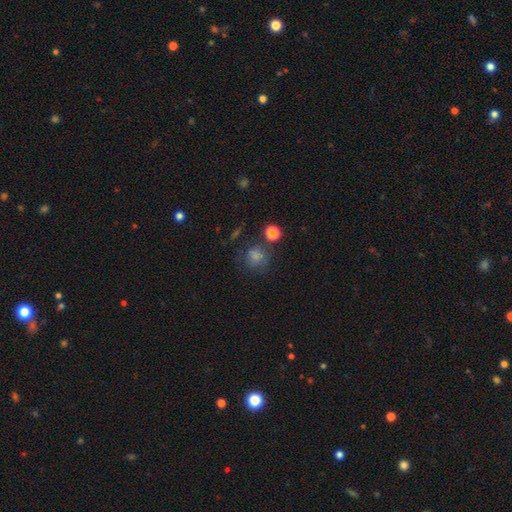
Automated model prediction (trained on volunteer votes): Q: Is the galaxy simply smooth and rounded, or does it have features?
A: smooth — 64%.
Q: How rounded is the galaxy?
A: round — 86%.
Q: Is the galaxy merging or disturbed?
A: none — 72%.